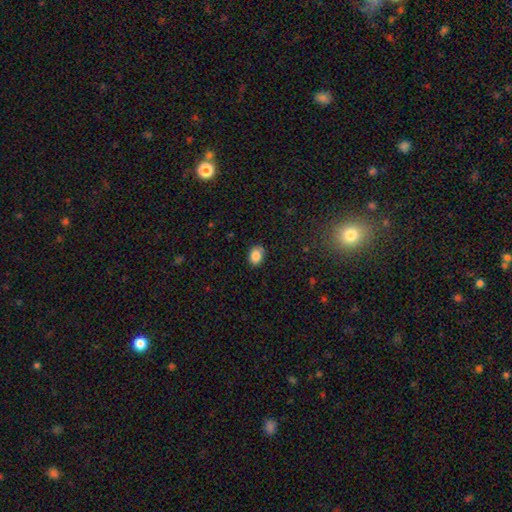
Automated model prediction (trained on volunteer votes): The model was most divided on "how rounded": in between: 64%, round: 35%, cigar-shaped: 1%. More confident: smooth or featured — smooth (86%); merging — none (83%).